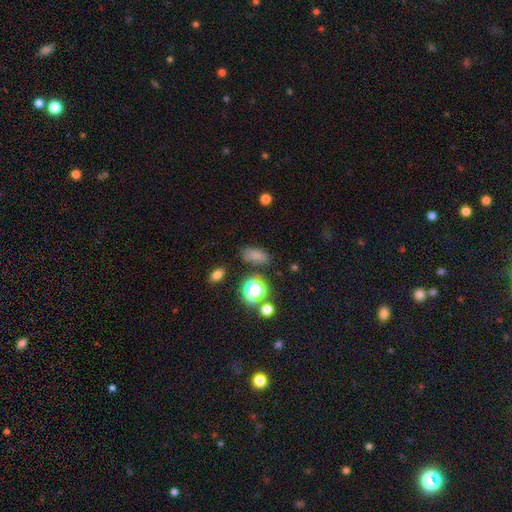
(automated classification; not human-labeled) A smooth galaxy with no disk features (74%) that is in between round and cigar-shaped (81%). Merging: none (74%).